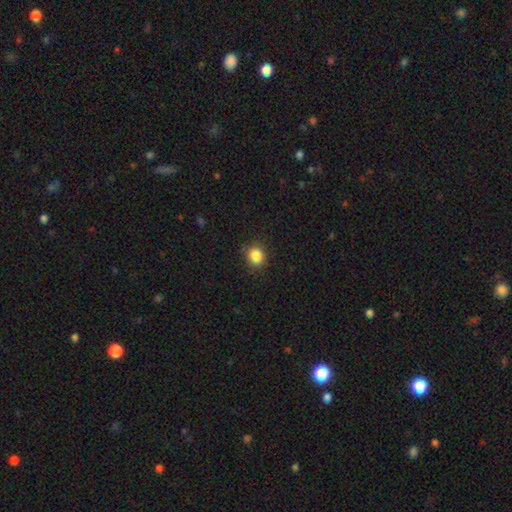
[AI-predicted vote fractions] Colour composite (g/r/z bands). It shows a smooth galaxy with no disk features (85%) that is round (74%). Merging: none (87%).